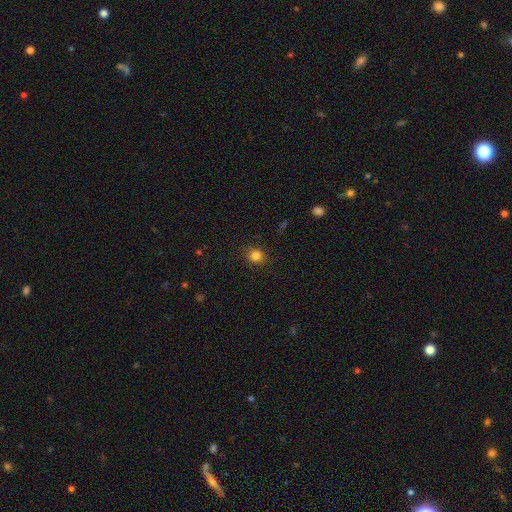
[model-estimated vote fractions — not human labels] Smooth or featured: smooth — 83% (star or artifact — 13%)
How rounded: round — 77% (in between — 22%)
Merging: none — 88% (minor disturbance — 8%)